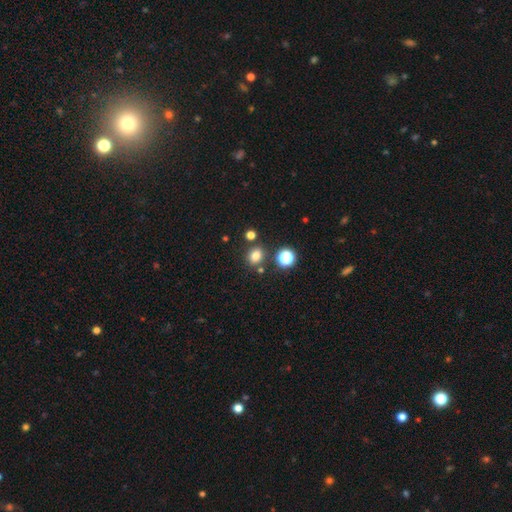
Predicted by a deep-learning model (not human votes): Smooth or featured: smooth — 76% (star or artifact — 17%)
How rounded: round — 56% (in between — 43%)
Merging: none — 77% (minor disturbance — 11%)